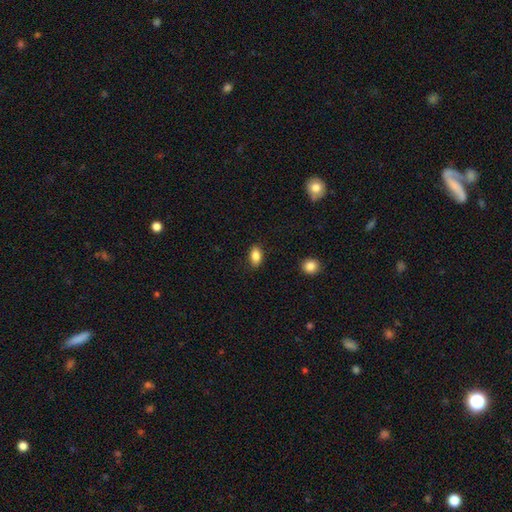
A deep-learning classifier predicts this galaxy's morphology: Smooth or featured?
  - smooth: 85% *
  - star or artifact: 8%
  - featured or disk: 7%
How rounded?
  - in between: 88% *
  - round: 9%
  - cigar-shaped: 3%
Merging?
  - none: 87% *
  - minor disturbance: 9%
  - major disturbance: 2%
  - merger: 1%